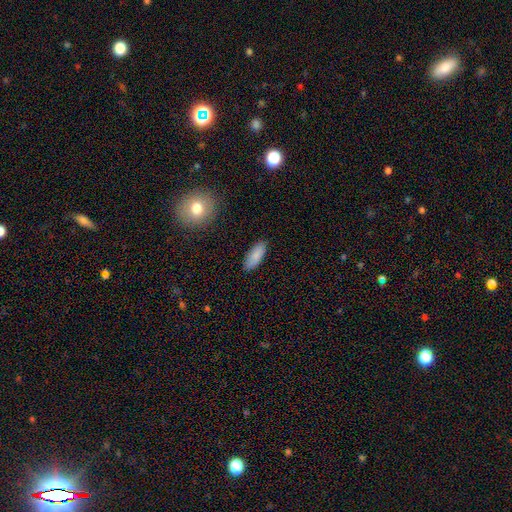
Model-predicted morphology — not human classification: The model was most divided on "how rounded": in between: 78%, cigar-shaped: 20%, round: 2%. More confident: merging — none (87%); smooth or featured — smooth (86%).